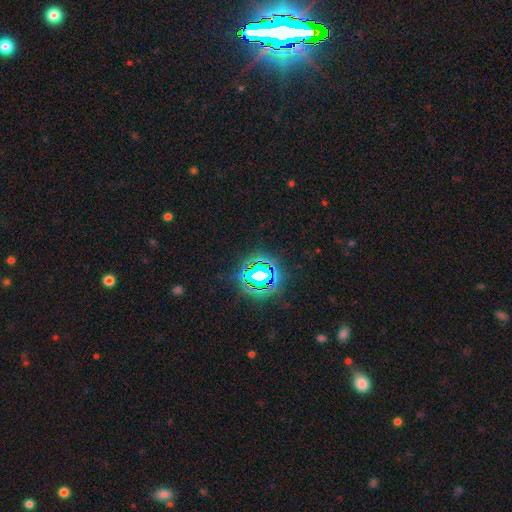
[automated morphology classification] The model was most divided on "smooth or featured": star or artifact: 85%, smooth: 9%, featured or disk: 6%.